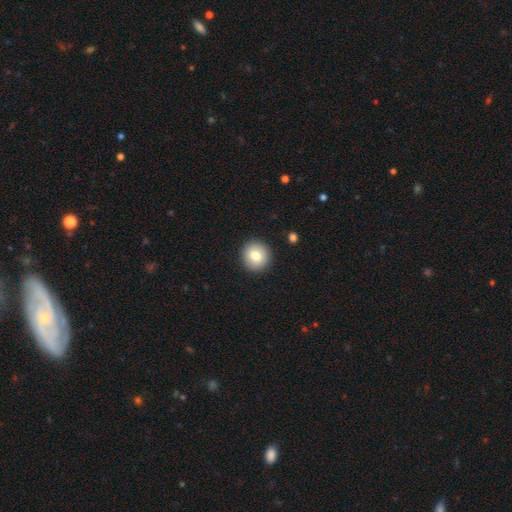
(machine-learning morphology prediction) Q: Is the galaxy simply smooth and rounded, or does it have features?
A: smooth — 79%.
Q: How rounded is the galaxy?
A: round — 93%.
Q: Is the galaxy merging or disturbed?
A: none — 91%.